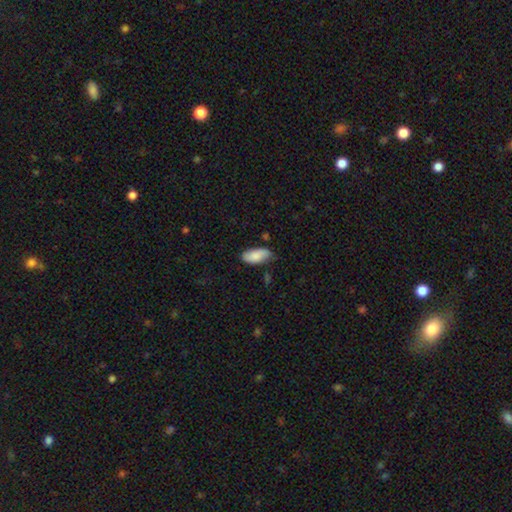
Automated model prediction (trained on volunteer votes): The model was most divided on "merging": none: 70%, minor disturbance: 25%, major disturbance: 4%, merger: 2%. More confident: how rounded — in between (92%); smooth or featured — smooth (84%).